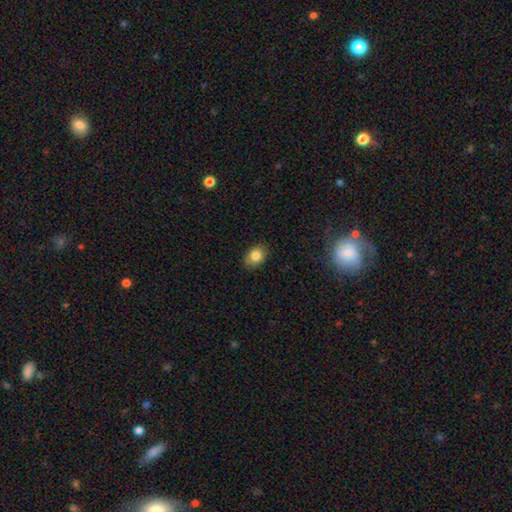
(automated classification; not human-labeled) This is clearly a smooth galaxy (83%). How rounded: likely in between (69%). Merging: clearly none (85%).